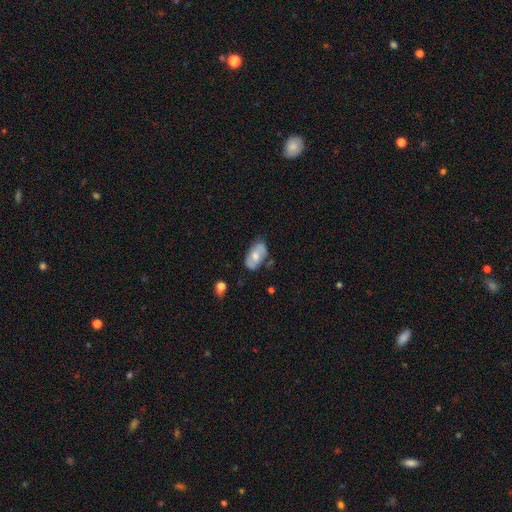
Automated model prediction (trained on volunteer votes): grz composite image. It shows a smooth galaxy with no disk features (51%) that is in between round and cigar-shaped (92%). Merging: none (64%).